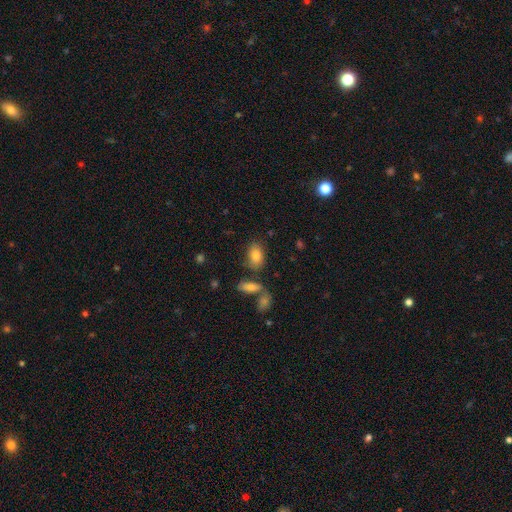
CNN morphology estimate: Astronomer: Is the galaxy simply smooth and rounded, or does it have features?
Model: smooth — 82%.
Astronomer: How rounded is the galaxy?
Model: in between — 88%.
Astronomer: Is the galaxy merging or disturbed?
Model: none — 65%.